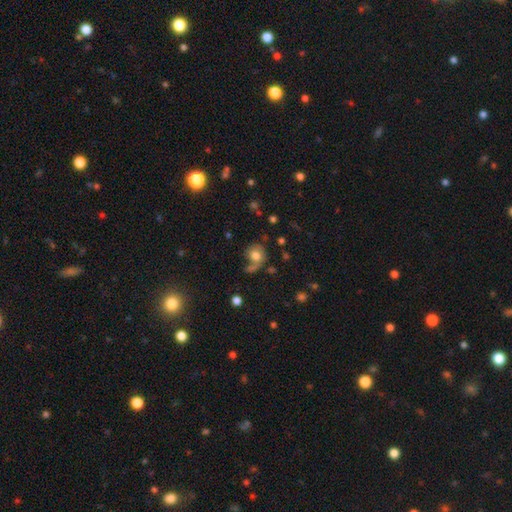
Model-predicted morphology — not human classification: Overall: smooth (65%; featured or disk 25%). How rounded: round (69%; in between 30%). Merging: none (42%; major disturbance 21%).